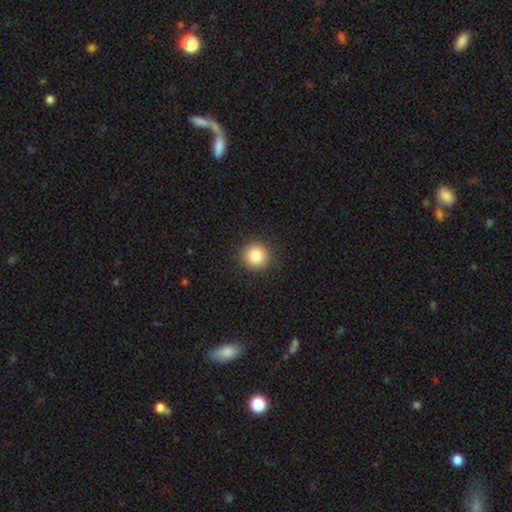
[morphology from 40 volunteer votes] A smooth galaxy with no disk features (80%) that is round (100%). Merging: none (83%).